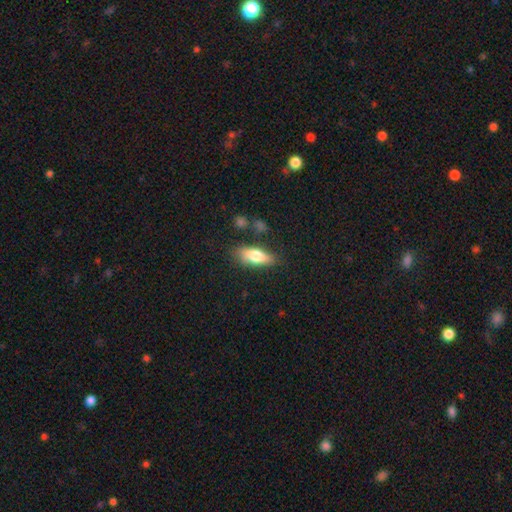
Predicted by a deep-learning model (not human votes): A smooth galaxy with no disk features (72%) that is in between round and cigar-shaped (66%). Merging: none (74%).